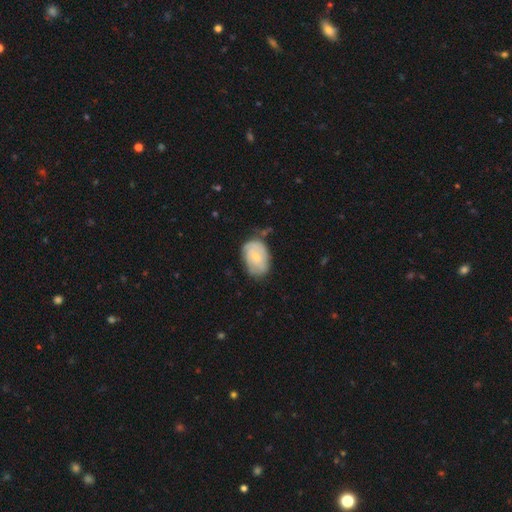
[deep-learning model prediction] smooth-or-featured: smooth: 49% | featured or disk: 45% | star or artifact: 7%
  merging: none: 57% | minor disturbance: 31% | major disturbance: 9% | merger: 3%